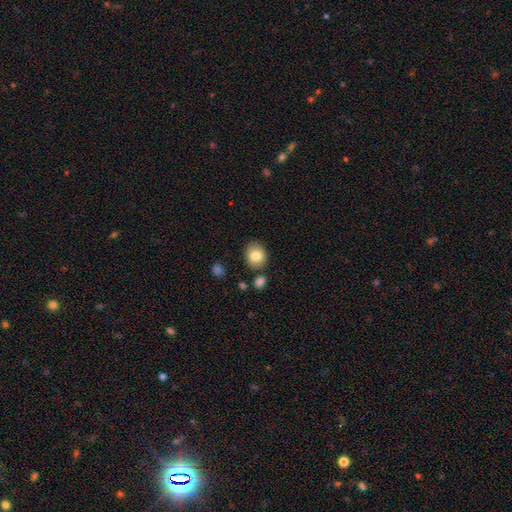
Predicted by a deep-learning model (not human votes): Morphology: type=smooth (82%); roundness=round (68%); merging=none (81%).